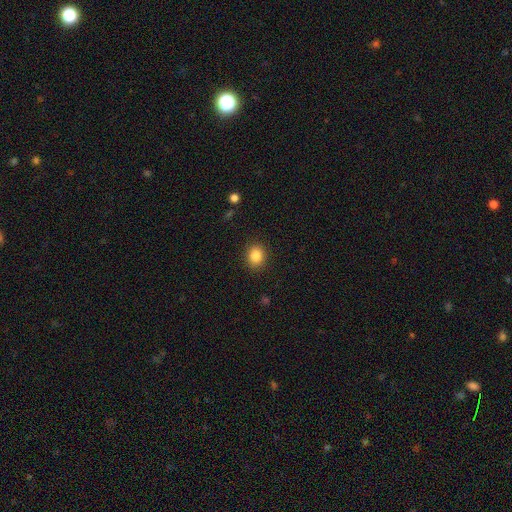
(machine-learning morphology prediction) smooth 86%, star or artifact 10%, featured or disk 5%. Down the decision tree: how rounded — round (66%); merging — none (89%).